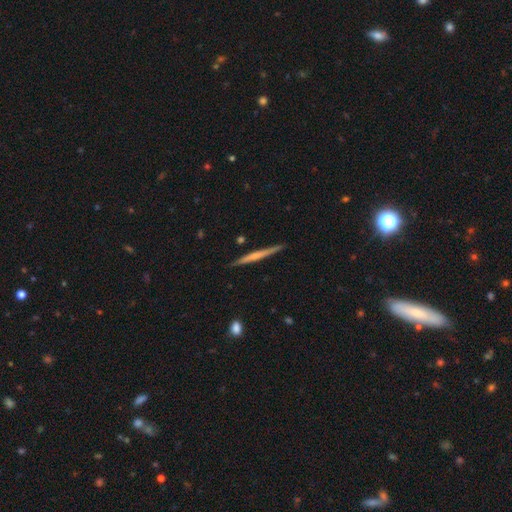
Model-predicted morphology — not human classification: Smooth or featured: featured or disk — 51% (smooth — 43%)
Edge-on disk: yes — 98% (no — 2%)
Edge-on bulge: none — 72% (rounded — 19%)
Merging: none — 90% (minor disturbance — 7%)